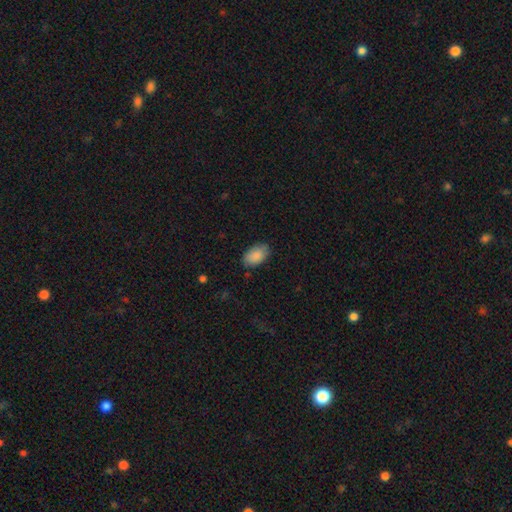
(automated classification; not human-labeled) smooth 89%, star or artifact 6%, featured or disk 4%. Down the decision tree: how rounded — in between (93%); merging — none (80%).